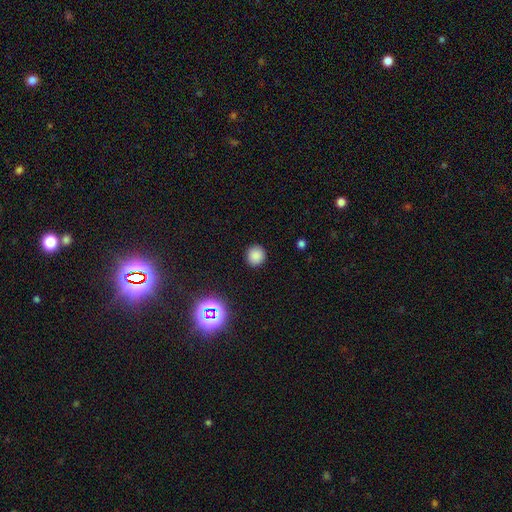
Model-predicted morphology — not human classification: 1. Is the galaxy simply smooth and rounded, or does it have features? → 83% smooth, 13% star or artifact, 4% featured or disk.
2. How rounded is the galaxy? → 93% round, 6% in between, 1% cigar-shaped.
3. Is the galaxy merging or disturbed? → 91% none, 6% minor disturbance, 2% major disturbance, 1% merger.